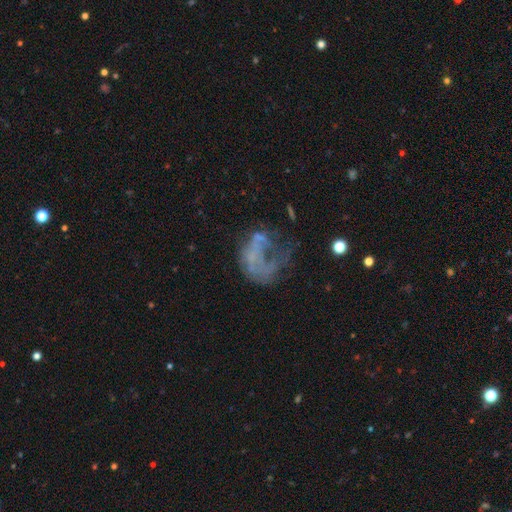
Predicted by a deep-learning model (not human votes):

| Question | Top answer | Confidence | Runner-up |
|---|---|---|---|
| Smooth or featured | featured or disk | 57% | smooth (27%) |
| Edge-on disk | no | 98% | yes (2%) |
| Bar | no | 91% | weak (7%) |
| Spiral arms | no | 82% | yes (18%) |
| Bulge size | none | 82% | small (10%) |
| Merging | major disturbance | 52% | none (25%) |